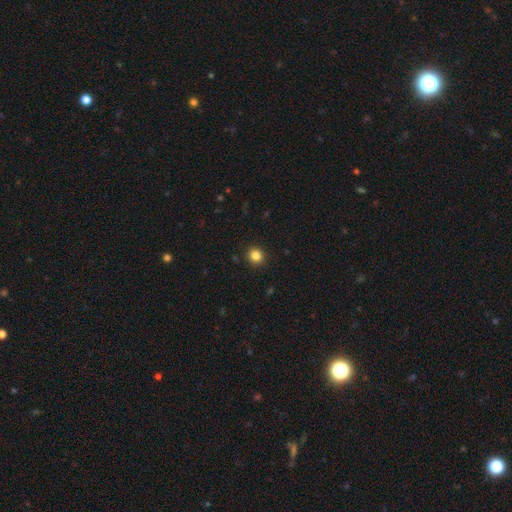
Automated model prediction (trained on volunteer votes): smooth-or-featured: smooth: 84% | star or artifact: 12% | featured or disk: 4%
  how-rounded: round: 86% | in between: 13% | cigar-shaped: 1%
  merging: none: 92% | minor disturbance: 5% | major disturbance: 2% | merger: 1%